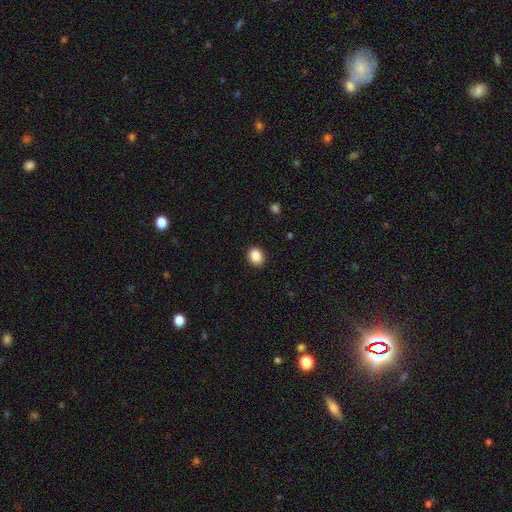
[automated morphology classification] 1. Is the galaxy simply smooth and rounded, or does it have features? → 88% smooth, 9% star or artifact, 3% featured or disk.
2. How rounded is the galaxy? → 56% round, 43% in between, 1% cigar-shaped.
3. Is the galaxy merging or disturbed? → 90% none, 7% minor disturbance, 2% major disturbance, 1% merger.